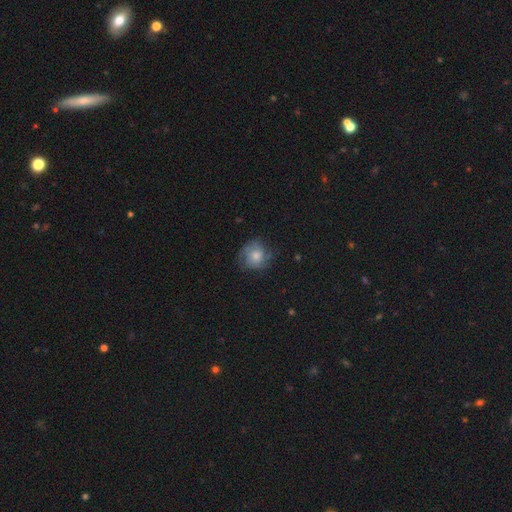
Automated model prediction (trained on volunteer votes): Q: Smooth or featured?
A: smooth (49%); runner-up: featured or disk (42%)
Q: Merging?
A: none (67%); runner-up: minor disturbance (21%)